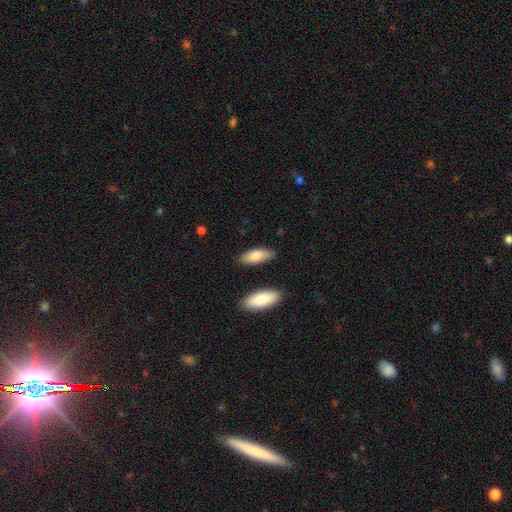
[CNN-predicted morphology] The model was most divided on "how rounded": in between: 77%, cigar-shaped: 21%, round: 2%. More confident: smooth or featured — smooth (83%); merging — none (81%).